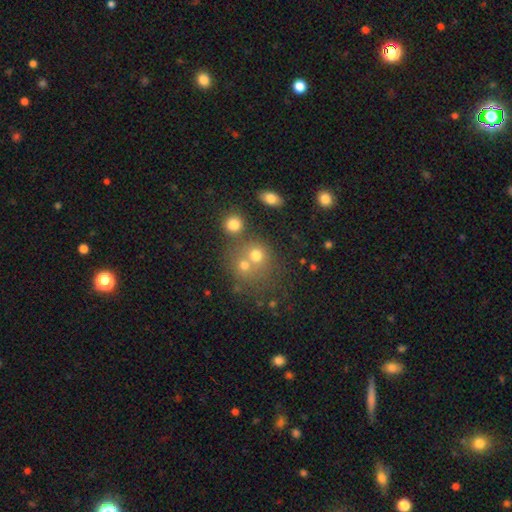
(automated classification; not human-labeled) Smooth or featured: smooth — 67% (star or artifact — 18%)
How rounded: round — 80% (in between — 19%)
Merging: none — 45% (merger — 41%)